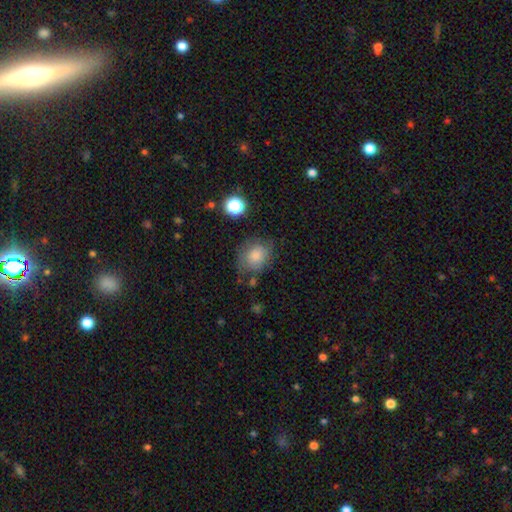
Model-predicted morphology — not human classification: A smooth galaxy with no disk features (77%) that is round (55%). Merging: none (61%).